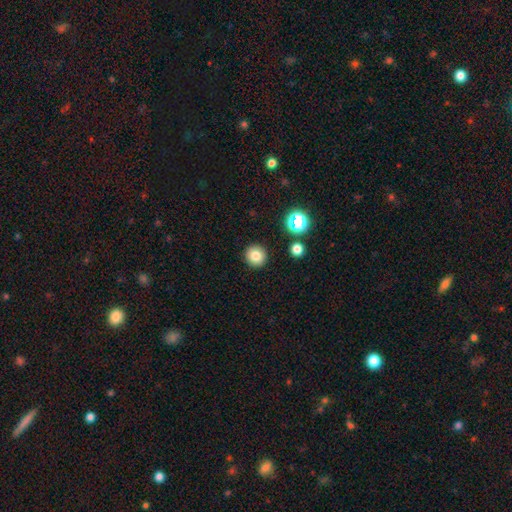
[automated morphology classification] A smooth galaxy with no disk features (80%) that is round (94%).

Vote fractions:
- Smooth or featured? smooth: 80% / star or artifact: 13% / featured or disk: 7%
- How rounded? round: 94% / in between: 6% / cigar-shaped: 1%
- Merging? none: 91% / minor disturbance: 5% / major disturbance: 2% / merger: 2%